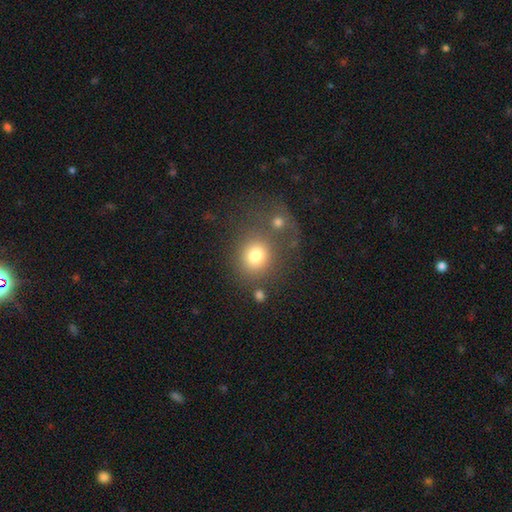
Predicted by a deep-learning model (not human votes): Morphology: type=smooth (77%); roundness=round (81%); merging=none (59%).